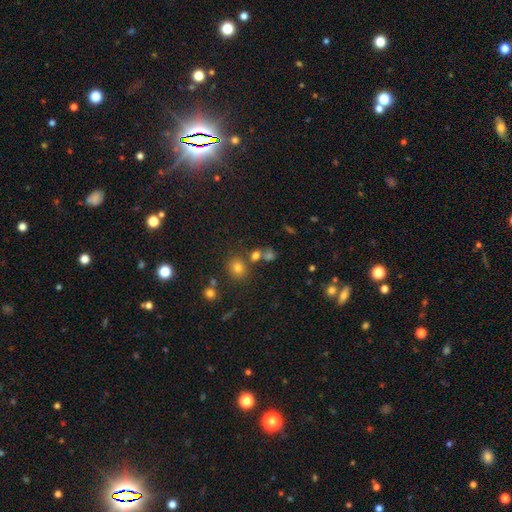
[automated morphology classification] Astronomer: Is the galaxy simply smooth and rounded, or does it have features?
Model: smooth — 71%.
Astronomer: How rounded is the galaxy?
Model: round — 73%.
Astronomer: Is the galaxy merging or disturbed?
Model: none — 60%.